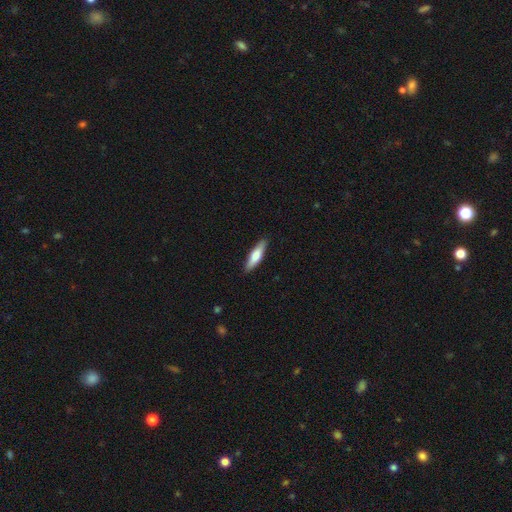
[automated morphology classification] Smooth or featured?
  - smooth: 65% *
  - featured or disk: 30%
  - star or artifact: 5%
How rounded?
  - cigar-shaped: 71% *
  - in between: 27%
  - round: 2%
Merging?
  - none: 89% *
  - minor disturbance: 8%
  - major disturbance: 2%
  - merger: 1%